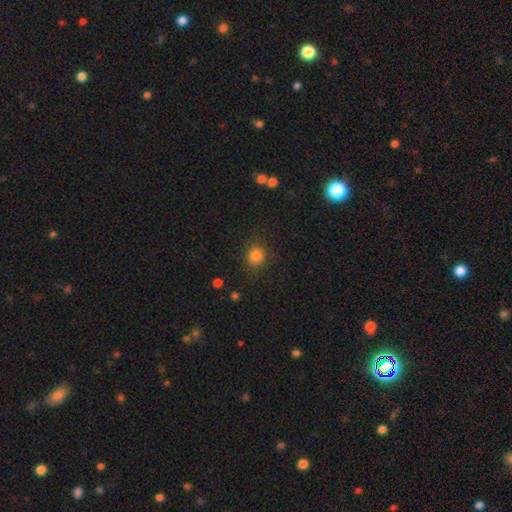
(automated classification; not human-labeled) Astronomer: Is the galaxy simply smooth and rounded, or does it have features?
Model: smooth — 83%.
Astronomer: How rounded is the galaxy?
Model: round — 82%.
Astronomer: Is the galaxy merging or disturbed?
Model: none — 86%.